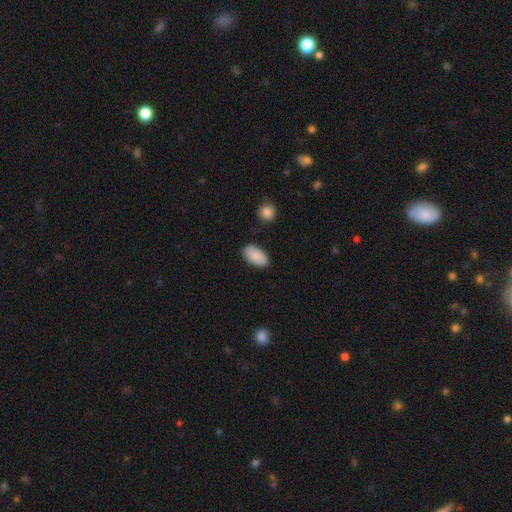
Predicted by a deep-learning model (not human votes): The model was most divided on "merging": none: 85%, minor disturbance: 11%, major disturbance: 2%, merger: 2%. More confident: how rounded — in between (95%); smooth or featured — smooth (89%).